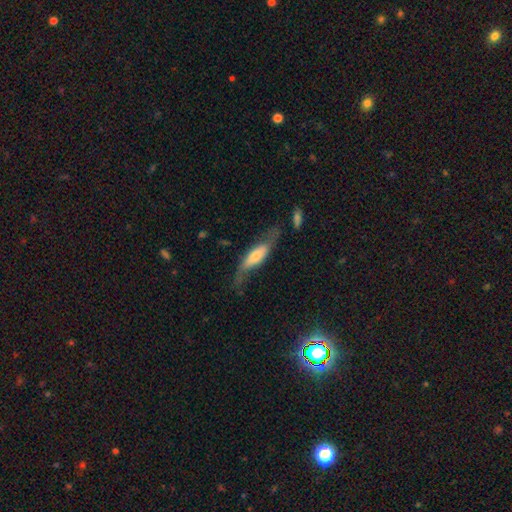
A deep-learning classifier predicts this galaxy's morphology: smooth_or_featured: featured or disk (p=0.53) [alt: smooth p=0.41]
disk_edge_on: no (p=0.54) [alt: yes p=0.46]
merging: none (p=0.52) [alt: minor disturbance p=0.25]